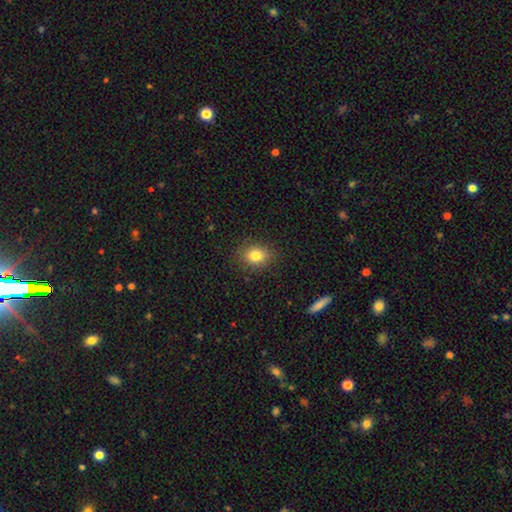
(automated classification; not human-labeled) Q: Smooth or featured?
A: smooth (81%); runner-up: star or artifact (11%)
Q: How rounded?
A: round (59%); runner-up: in between (39%)
Q: Merging?
A: none (85%); runner-up: minor disturbance (11%)